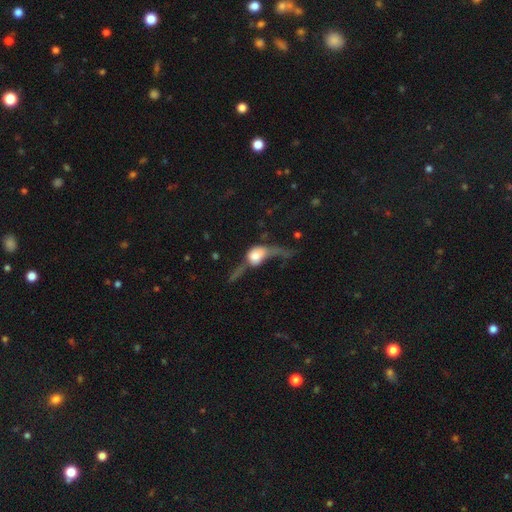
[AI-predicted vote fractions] Morphology: type=smooth (47%); merging=major disturbance (53%).